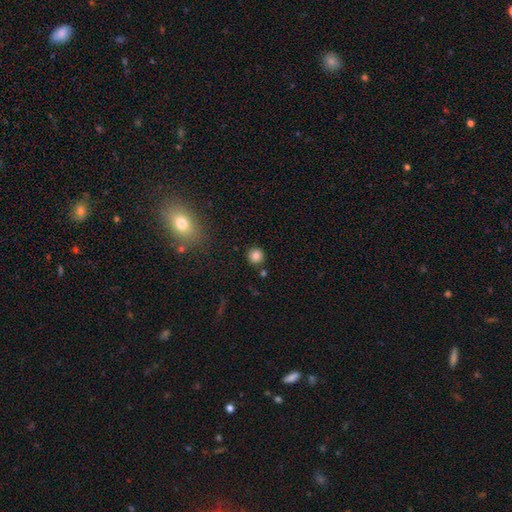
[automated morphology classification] Smooth or featured: smooth — 83% (star or artifact — 11%)
How rounded: round — 94% (in between — 5%)
Merging: none — 87% (minor disturbance — 6%)